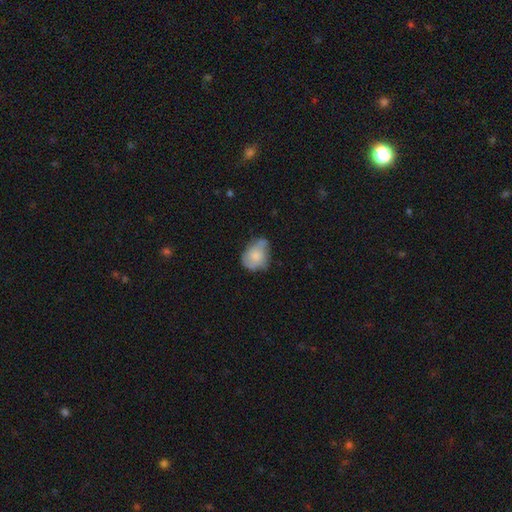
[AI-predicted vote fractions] A smooth galaxy with no disk features (59%) that is in between round and cigar-shaped (58%).

Vote fractions:
- Smooth or featured? smooth: 59% / featured or disk: 33% / star or artifact: 8%
- How rounded? in between: 58% / round: 41% / cigar-shaped: 1%
- Merging? none: 42% / minor disturbance: 38% / major disturbance: 15% / merger: 4%